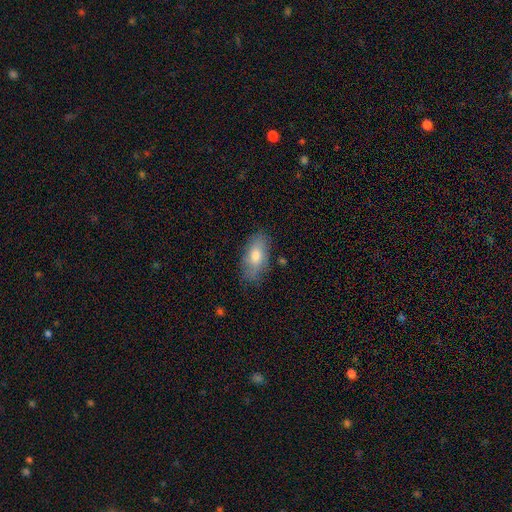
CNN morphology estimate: Smooth or featured: smooth — 74% (featured or disk — 19%)
How rounded: in between — 88% (cigar-shaped — 9%)
Merging: none — 78% (minor disturbance — 17%)